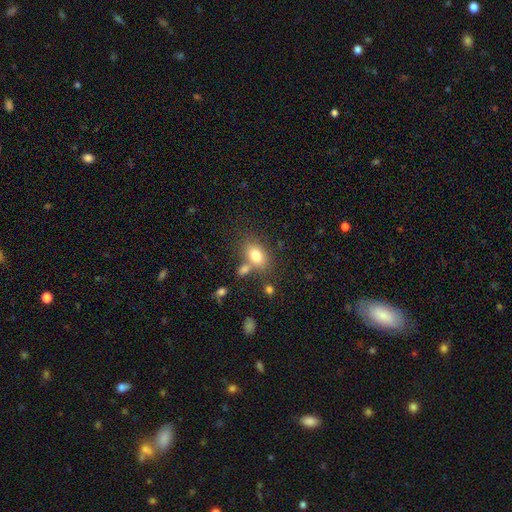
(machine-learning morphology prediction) Smooth or featured?
  - smooth: 78% *
  - featured or disk: 12%
  - star or artifact: 10%
How rounded?
  - in between: 81% *
  - round: 17%
  - cigar-shaped: 2%
Merging?
  - none: 61% *
  - merger: 20%
  - minor disturbance: 14%
  - major disturbance: 5%